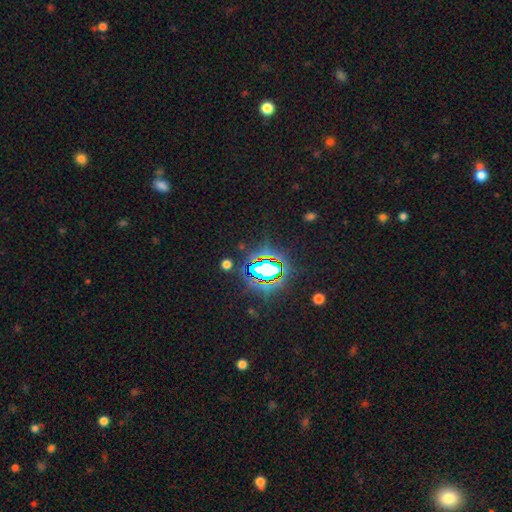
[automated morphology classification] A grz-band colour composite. It shows a star or artifact, not a galaxy (82%).